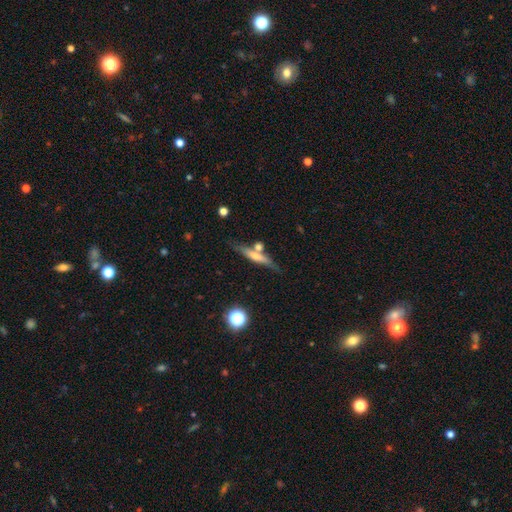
This appears to be a featured or disk galaxy (51%) viewed edge-on (90%) with a rounded central bulge (44%). Merging: none (61%).